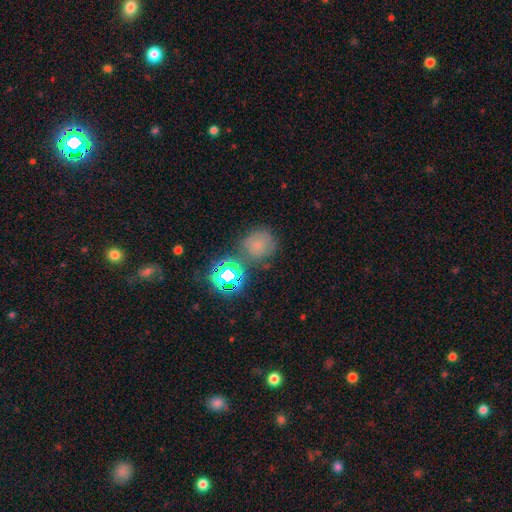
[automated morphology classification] Overall: smooth (43%; star or artifact 41%). Merging: none (73%).